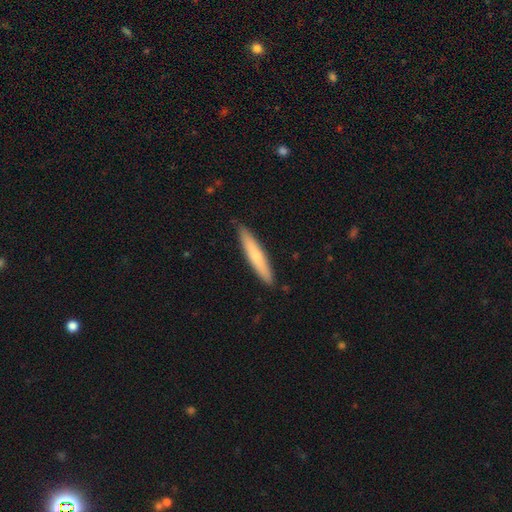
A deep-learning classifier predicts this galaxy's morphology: A smooth galaxy with no disk features (63%) that is cigar-shaped (92%).

Vote fractions:
- Smooth or featured? smooth: 63% / featured or disk: 31% / star or artifact: 6%
- How rounded? cigar-shaped: 92% / in between: 7% / round: 1%
- Merging? none: 89% / minor disturbance: 9% / major disturbance: 1% / merger: 1%